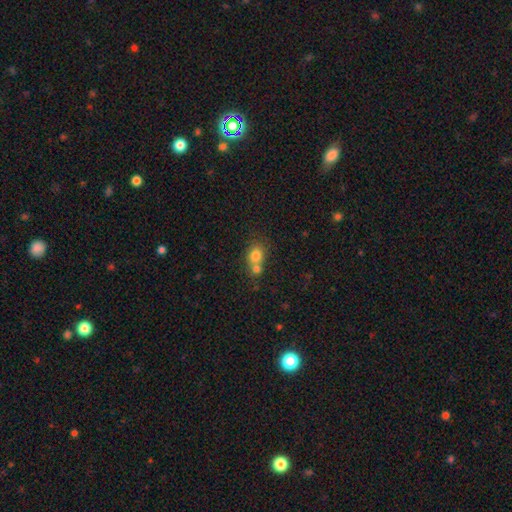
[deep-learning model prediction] Smooth or featured? Predicted: smooth (p=0.78). How rounded? Predicted: round (p=0.68). Merging? Predicted: merger (p=0.54).